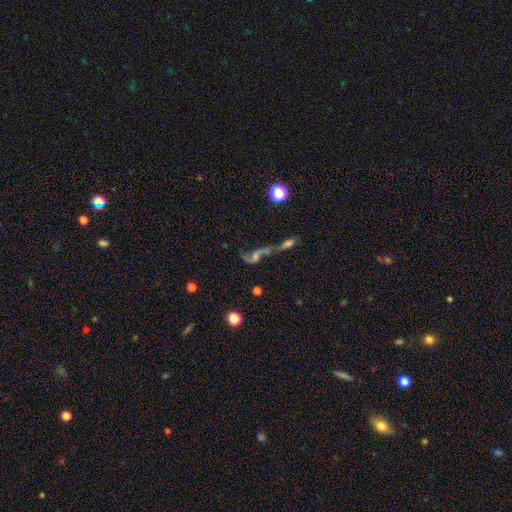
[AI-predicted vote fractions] Smooth or featured? Predicted: featured or disk (p=0.55). Edge-on disk? Predicted: no (p=0.87). Merging? Predicted: merger (p=0.60).